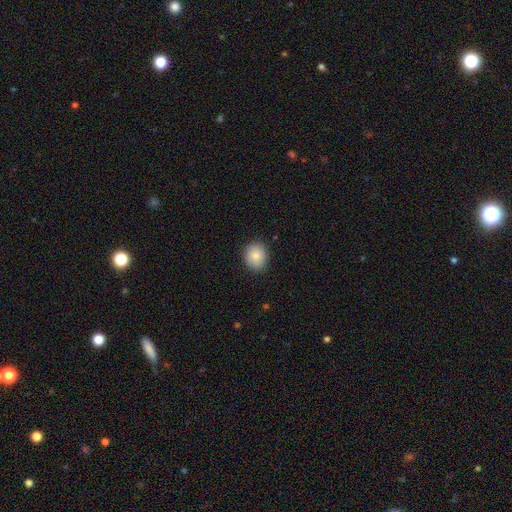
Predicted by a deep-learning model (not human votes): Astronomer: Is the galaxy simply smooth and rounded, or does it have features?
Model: smooth — 85%.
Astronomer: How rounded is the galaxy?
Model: round — 70%.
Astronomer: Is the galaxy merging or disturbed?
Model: none — 86%.